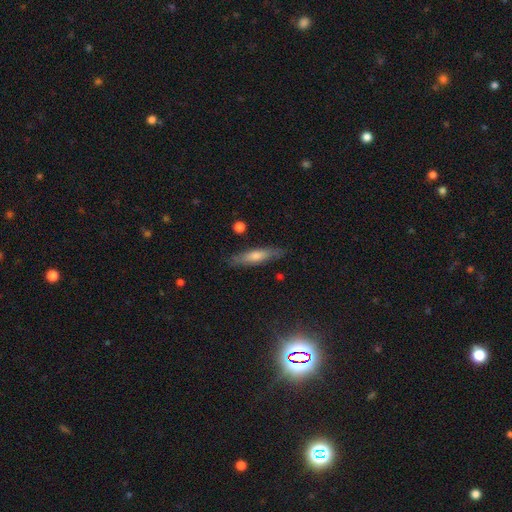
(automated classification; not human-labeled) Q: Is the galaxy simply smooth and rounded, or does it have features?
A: smooth — 51%.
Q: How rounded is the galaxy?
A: cigar-shaped — 82%.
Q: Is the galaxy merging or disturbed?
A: none — 84%.